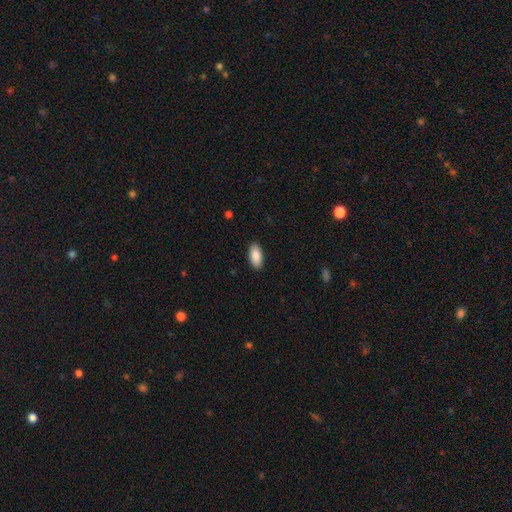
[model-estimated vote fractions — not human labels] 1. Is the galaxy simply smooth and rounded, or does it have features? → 88% smooth, 6% star or artifact, 6% featured or disk.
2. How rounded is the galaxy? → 91% in between, 7% cigar-shaped, 2% round.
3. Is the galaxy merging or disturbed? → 89% none, 8% minor disturbance, 2% major disturbance, 1% merger.